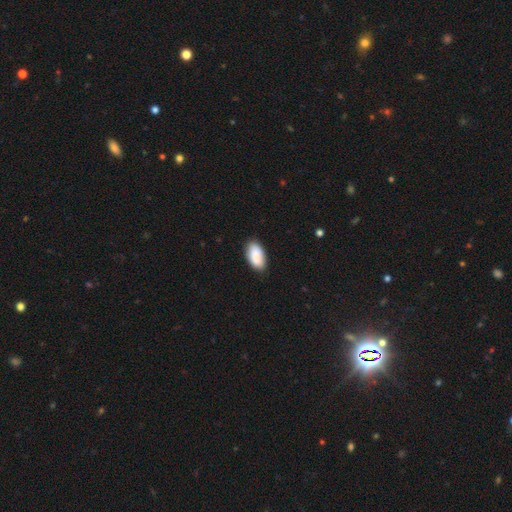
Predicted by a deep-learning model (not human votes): Smooth or featured? Predicted: smooth (p=0.88). How rounded? Predicted: in between (p=0.94). Merging? Predicted: none (p=0.82).